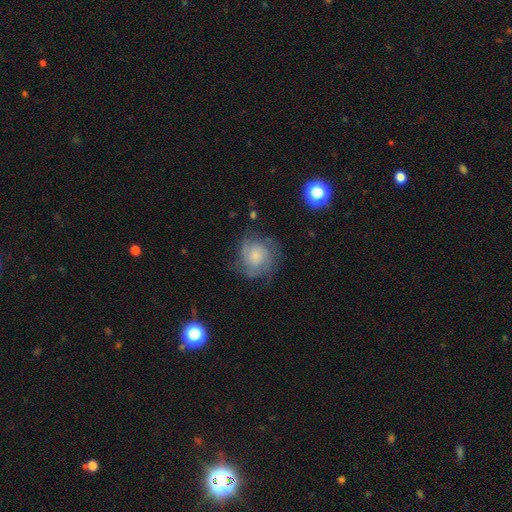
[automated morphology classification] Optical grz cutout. It shows a featured or disk galaxy (56%) with no bar (78%), spiral arms (86%) and a small central bulge (38%). Merging: none (64%).